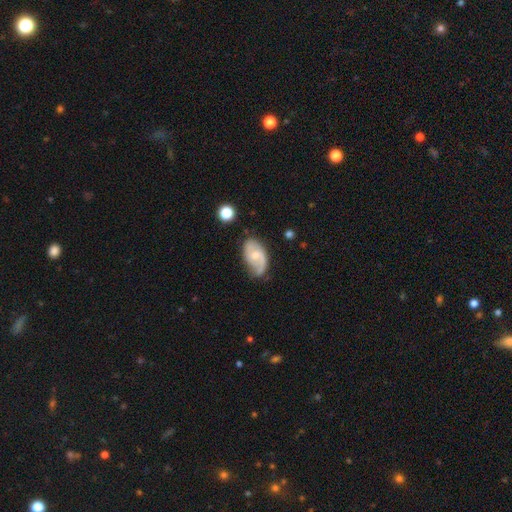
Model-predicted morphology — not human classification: Smooth or featured? featured or disk (68%)
Edge-on disk? no (96%)
Bar? no (54%)
Spiral arms? yes (91%)
Spiral winding? medium (44%)
Spiral arm count? 2 (71%)
Bulge size? small (50%)
Merging? none (62%)